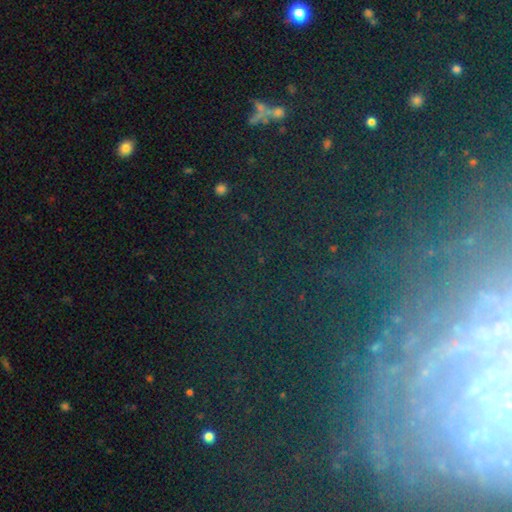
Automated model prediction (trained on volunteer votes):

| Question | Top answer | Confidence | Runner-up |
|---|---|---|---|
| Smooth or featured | star or artifact | 58% | featured or disk (24%) |